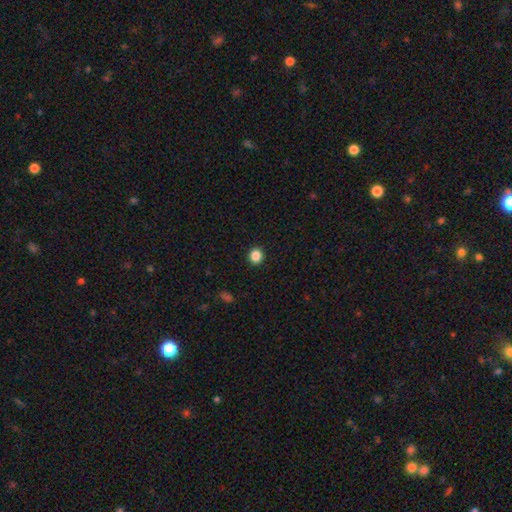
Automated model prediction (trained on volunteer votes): Morphology: type=smooth (86%); roundness=round (87%); merging=none (93%).